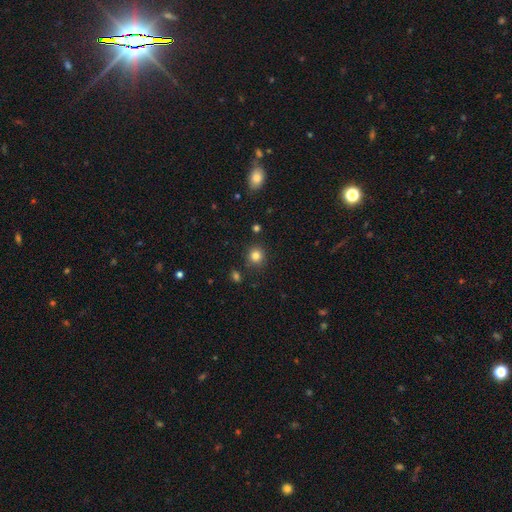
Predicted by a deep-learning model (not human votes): smooth_or_featured: smooth (p=0.82) [alt: star or artifact p=0.12]
how_rounded: round (p=0.89) [alt: in between p=0.10]
merging: none (p=0.86) [alt: minor disturbance p=0.08]